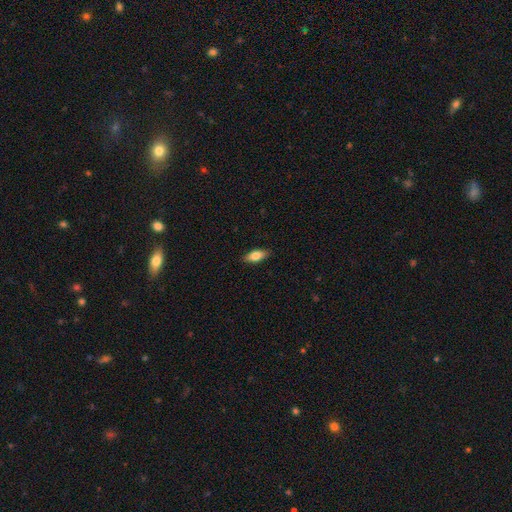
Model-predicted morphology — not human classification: This appears to be a smooth galaxy with no disk features (79%) that is in between round and cigar-shaped (81%). Merging: none (88%).